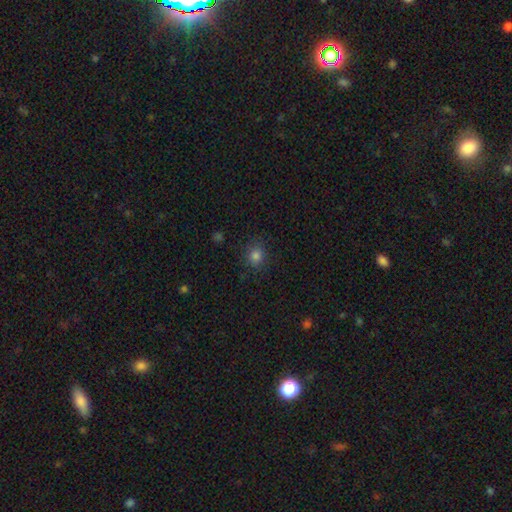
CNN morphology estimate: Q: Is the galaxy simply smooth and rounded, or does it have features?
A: smooth — 81%.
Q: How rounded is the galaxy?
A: round — 76%.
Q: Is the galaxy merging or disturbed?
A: none — 86%.